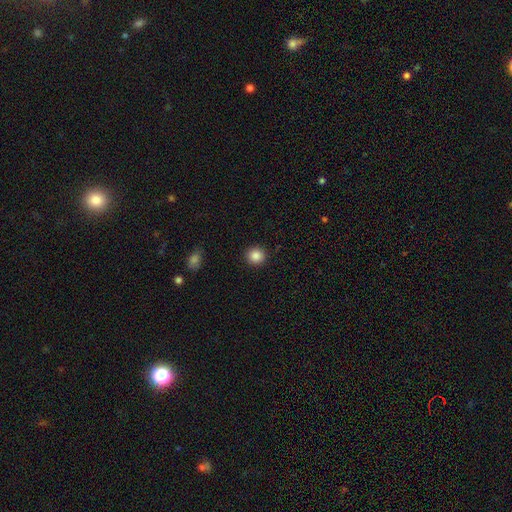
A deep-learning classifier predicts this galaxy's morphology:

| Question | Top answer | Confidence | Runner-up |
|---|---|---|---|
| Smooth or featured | smooth | 87% | star or artifact (10%) |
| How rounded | round | 91% | in between (9%) |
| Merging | none | 92% | minor disturbance (5%) |